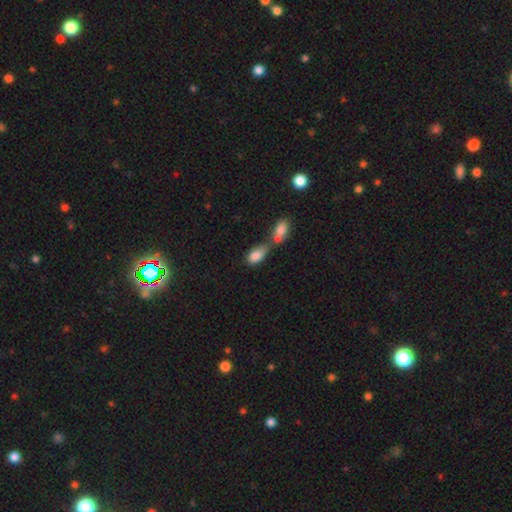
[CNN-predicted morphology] Smooth or featured?
  - smooth: 82% *
  - featured or disk: 10%
  - star or artifact: 8%
How rounded?
  - in between: 87% *
  - round: 6%
  - cigar-shaped: 6%
Merging?
  - merger: 58% *
  - none: 24%
  - minor disturbance: 12%
  - major disturbance: 6%